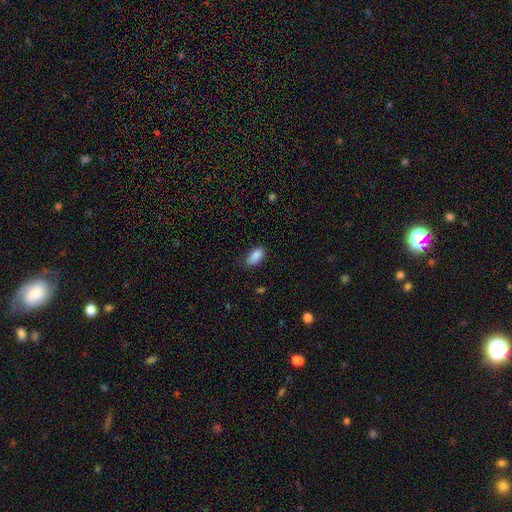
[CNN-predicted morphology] Smooth or featured? smooth (88%)
How rounded? in between (92%)
Merging? none (76%)